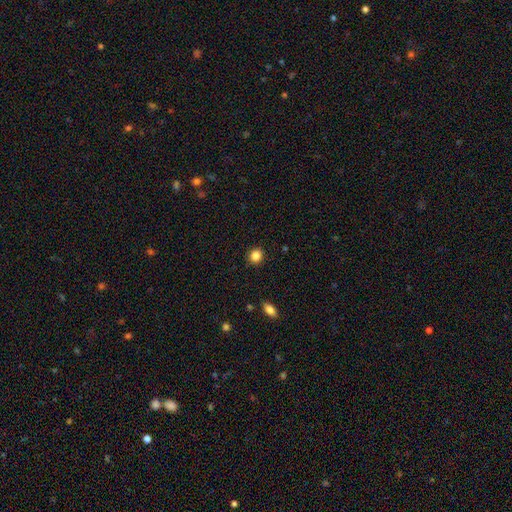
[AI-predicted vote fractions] Smooth or featured? smooth (85%)
How rounded? round (82%)
Merging? none (90%)